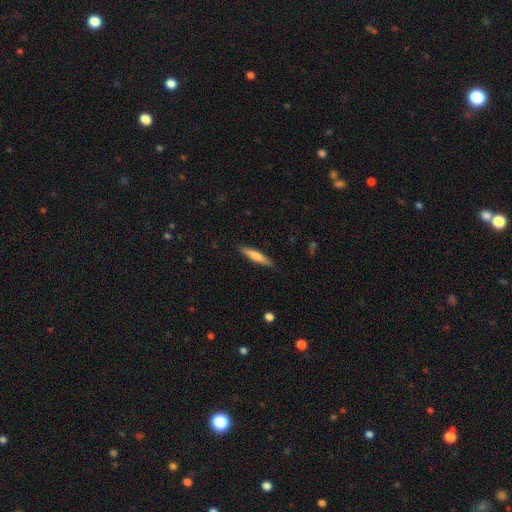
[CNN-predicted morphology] Smooth or featured: smooth — 66% (featured or disk — 28%)
How rounded: cigar-shaped — 87% (in between — 11%)
Merging: none — 88% (minor disturbance — 9%)